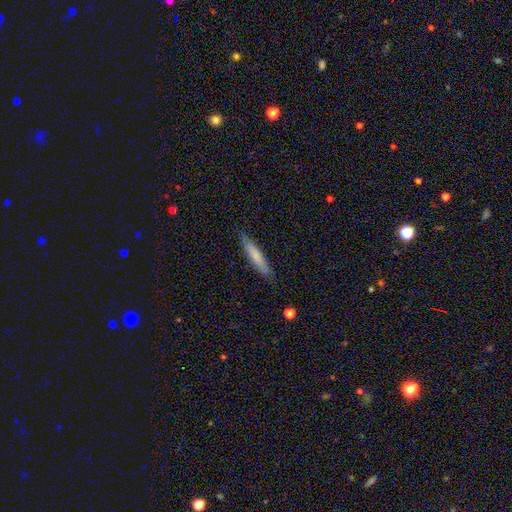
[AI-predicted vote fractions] The model was most divided on "smooth or featured": smooth: 75%, featured or disk: 20%, star or artifact: 6%. More confident: how rounded — cigar-shaped (90%); merging — none (86%).